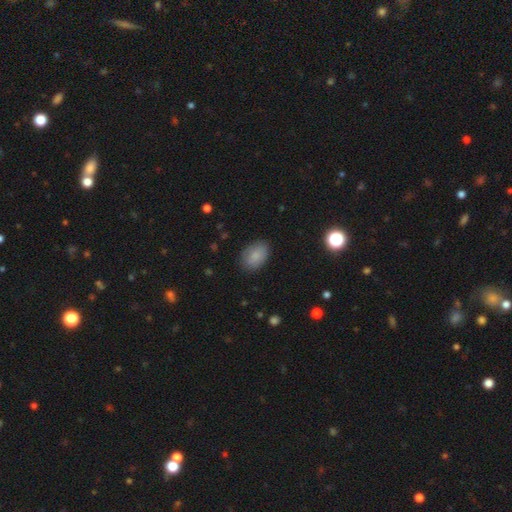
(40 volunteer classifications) This is clearly a smooth galaxy (85%). How rounded: clearly in between (91%). Merging: likely none (78%).